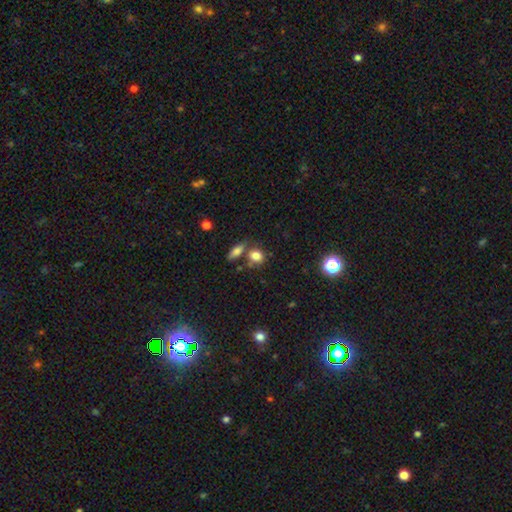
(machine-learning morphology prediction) Smooth or featured?
  - smooth: 81% *
  - star or artifact: 11%
  - featured or disk: 8%
How rounded?
  - round: 59% *
  - in between: 38%
  - cigar-shaped: 3%
Merging?
  - none: 60% *
  - merger: 23%
  - minor disturbance: 13%
  - major disturbance: 4%